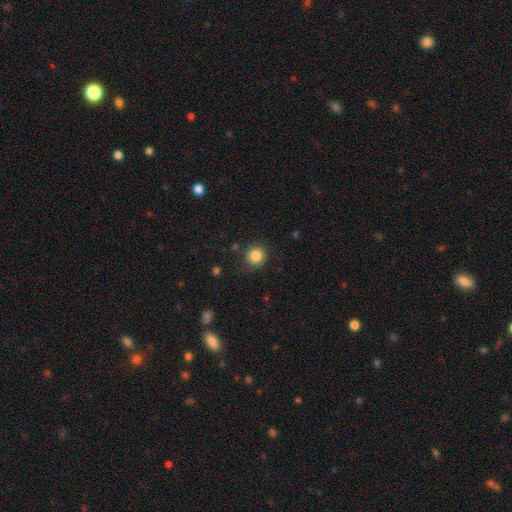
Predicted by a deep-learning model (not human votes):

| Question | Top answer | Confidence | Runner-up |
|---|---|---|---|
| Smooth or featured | smooth | 84% | star or artifact (10%) |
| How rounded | round | 91% | in between (8%) |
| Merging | none | 84% | minor disturbance (11%) |